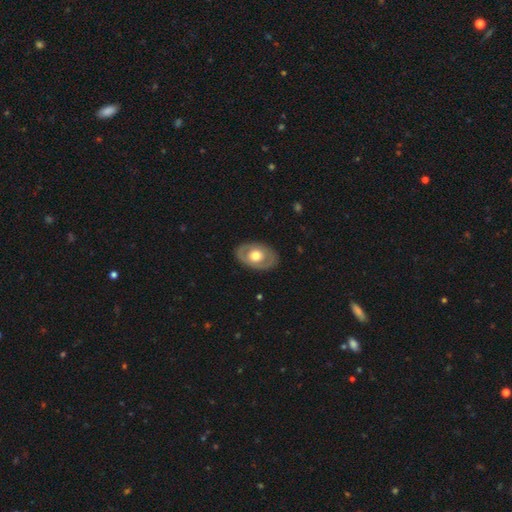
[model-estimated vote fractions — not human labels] This appears to be a featured or disk galaxy (49%). Merging: none (84%).